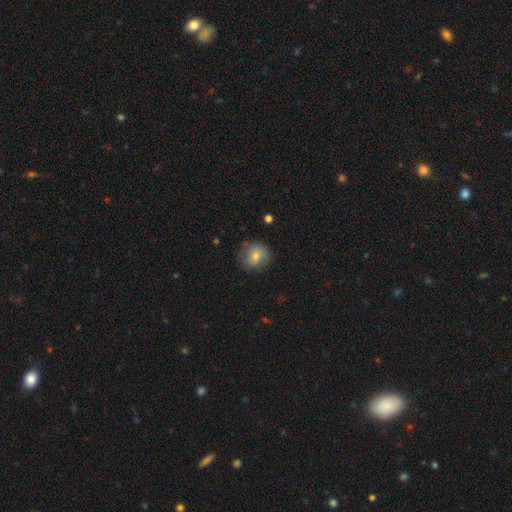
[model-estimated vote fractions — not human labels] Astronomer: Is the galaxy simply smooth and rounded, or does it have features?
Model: smooth — 65%.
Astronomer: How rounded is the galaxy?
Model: round — 83%.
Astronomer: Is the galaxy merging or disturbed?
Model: none — 76%.